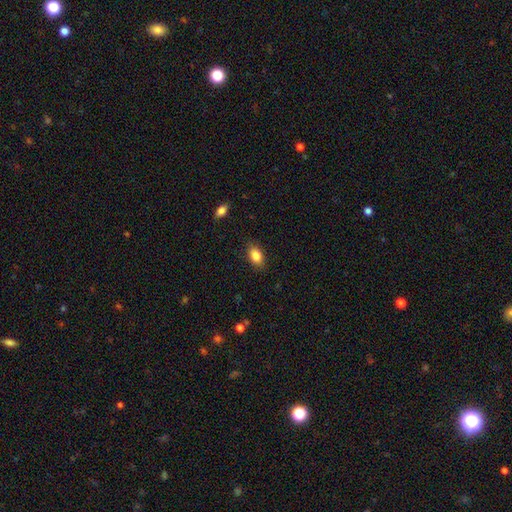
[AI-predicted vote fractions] Q: Smooth or featured?
A: smooth (85%); runner-up: star or artifact (8%)
Q: How rounded?
A: in between (85%); runner-up: round (12%)
Q: Merging?
A: none (85%); runner-up: minor disturbance (11%)